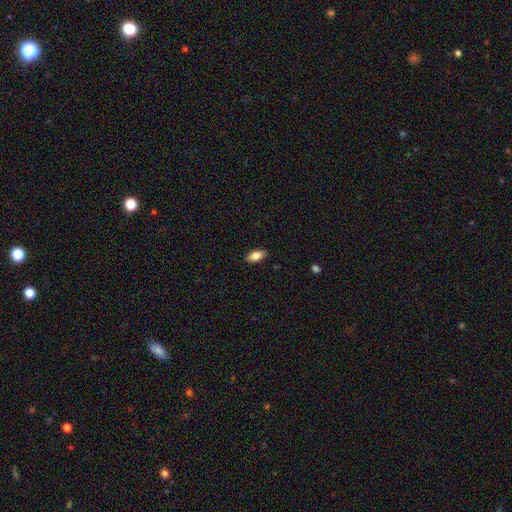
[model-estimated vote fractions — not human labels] smooth_or_featured: smooth (p=0.85) [alt: featured or disk p=0.08]
how_rounded: in between (p=0.89) [alt: cigar-shaped p=0.09]
merging: none (p=0.89) [alt: minor disturbance p=0.09]